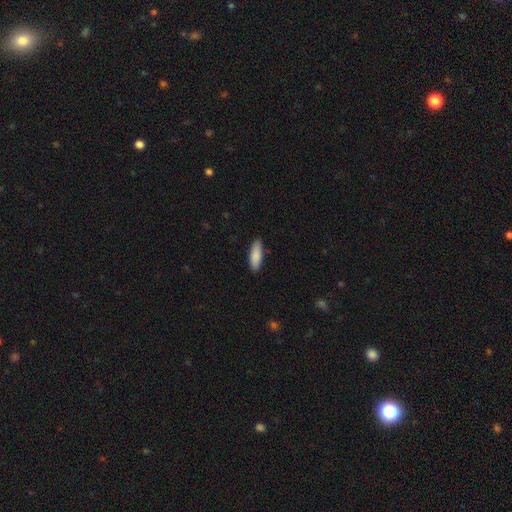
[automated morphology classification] Smooth or featured: smooth — 87% (featured or disk — 7%)
How rounded: in between — 62% (cigar-shaped — 37%)
Merging: none — 88% (minor disturbance — 9%)